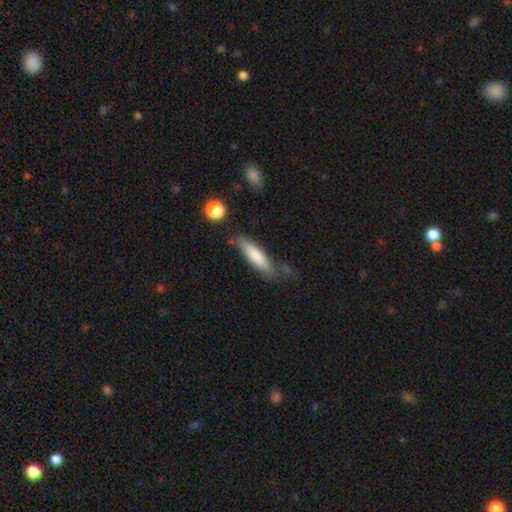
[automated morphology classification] Q: Smooth or featured?
A: smooth (77%); runner-up: featured or disk (17%)
Q: How rounded?
A: cigar-shaped (74%); runner-up: in between (25%)
Q: Merging?
A: none (68%); runner-up: minor disturbance (21%)